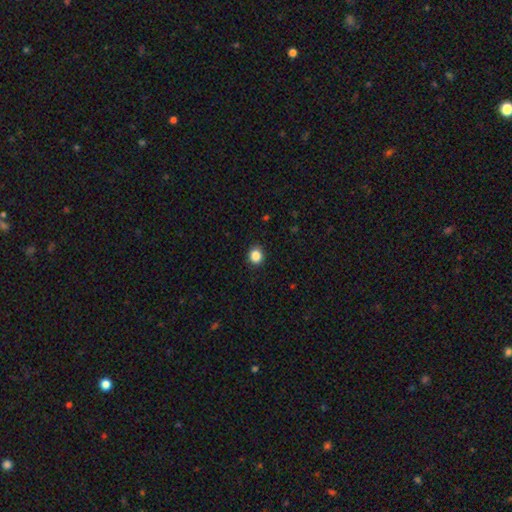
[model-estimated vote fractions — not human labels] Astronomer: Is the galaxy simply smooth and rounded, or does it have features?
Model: smooth — 86%.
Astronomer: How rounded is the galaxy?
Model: round — 77%.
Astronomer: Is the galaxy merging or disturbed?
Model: none — 91%.